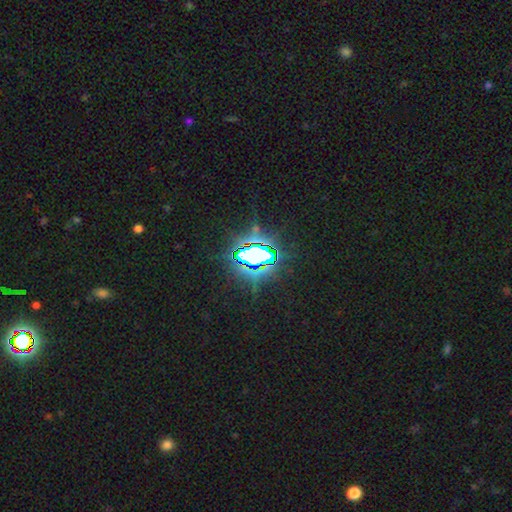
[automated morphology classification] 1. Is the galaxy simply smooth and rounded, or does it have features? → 77% star or artifact, 13% smooth, 10% featured or disk.